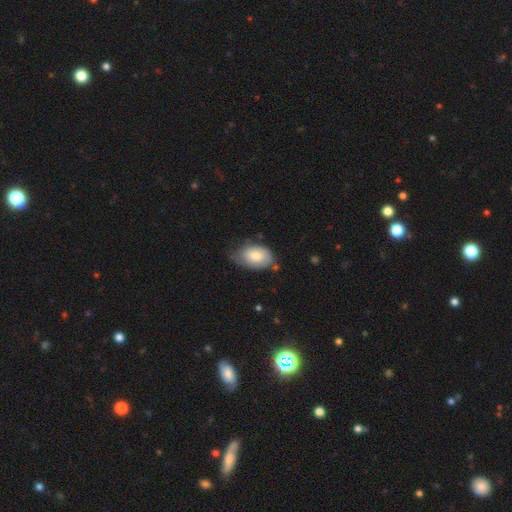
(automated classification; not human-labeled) This is likely a smooth galaxy (72%). How rounded: clearly in between (90%). Merging: possibly none (50%).